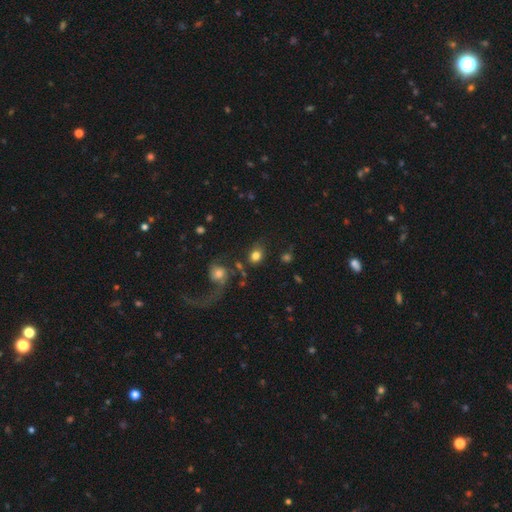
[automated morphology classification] Smooth or featured: smooth — 78% (featured or disk — 12%)
How rounded: round — 61% (in between — 37%)
Merging: none — 66% (minor disturbance — 12%)